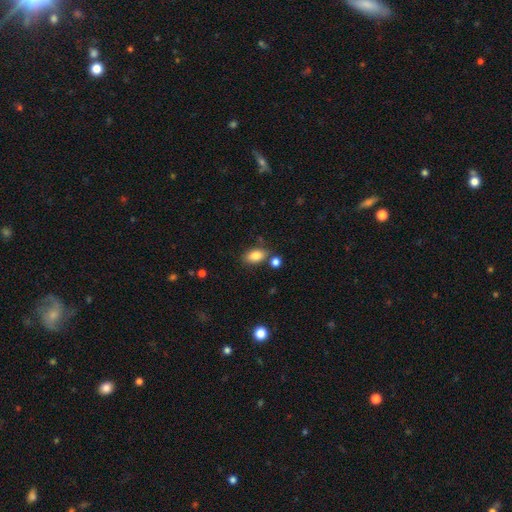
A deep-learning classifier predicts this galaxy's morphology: A smooth galaxy with no disk features (84%) that is in between round and cigar-shaped (89%).

Vote fractions:
- Smooth or featured? smooth: 84% / star or artifact: 8% / featured or disk: 8%
- How rounded? in between: 89% / round: 7% / cigar-shaped: 4%
- Merging? none: 74% / minor disturbance: 13% / merger: 10% / major disturbance: 3%